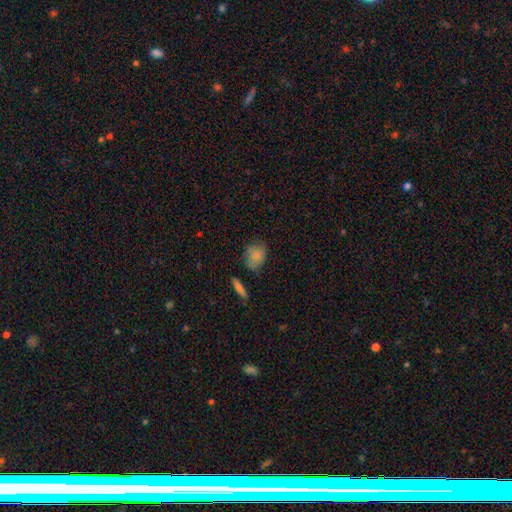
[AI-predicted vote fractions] smooth 83%, featured or disk 10%, star or artifact 8%. Down the decision tree: how rounded — in between (55%); merging — none (65%).